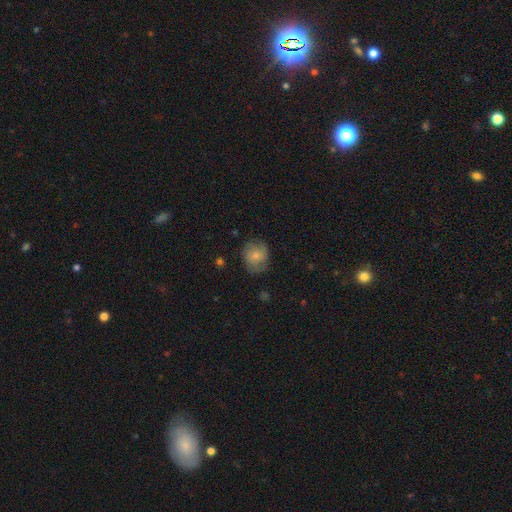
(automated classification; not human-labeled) Q: Smooth or featured?
A: smooth (71%); runner-up: featured or disk (21%)
Q: How rounded?
A: round (70%); runner-up: in between (29%)
Q: Merging?
A: none (69%); runner-up: minor disturbance (23%)